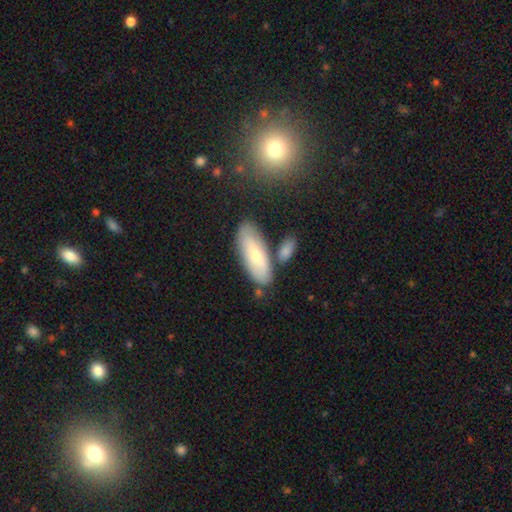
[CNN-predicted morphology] smooth-or-featured: smooth: 58% | featured or disk: 36% | star or artifact: 6%
  how-rounded: in between: 73% | cigar-shaped: 25% | round: 2%
  merging: none: 73% | minor disturbance: 14% | merger: 10% | major disturbance: 3%